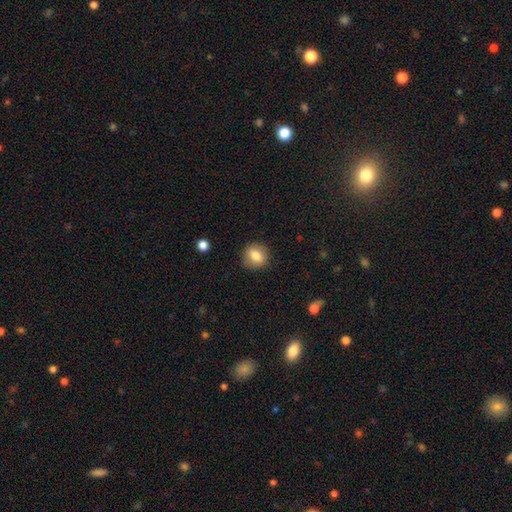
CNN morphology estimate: smooth-or-featured: smooth: 78% | featured or disk: 14% | star or artifact: 9%
  how-rounded: round: 71% | in between: 27% | cigar-shaped: 1%
  merging: none: 86% | minor disturbance: 10% | major disturbance: 3% | merger: 1%